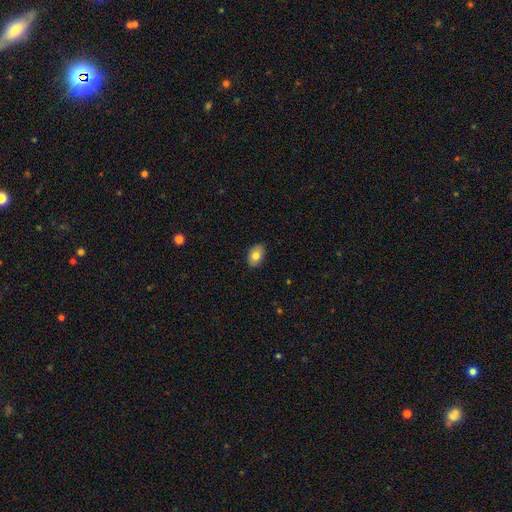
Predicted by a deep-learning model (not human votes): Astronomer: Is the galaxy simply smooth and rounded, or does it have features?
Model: smooth — 81%.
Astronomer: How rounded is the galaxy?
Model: in between — 85%.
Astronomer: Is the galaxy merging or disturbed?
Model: none — 88%.